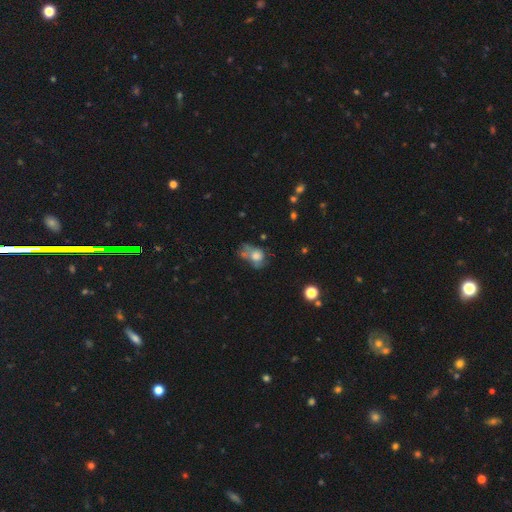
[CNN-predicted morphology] Smooth or featured?
  - smooth: 60% *
  - featured or disk: 28%
  - star or artifact: 13%
How rounded?
  - in between: 55% *
  - round: 43%
  - cigar-shaped: 2%
Merging?
  - none: 29% *
  - major disturbance: 27%
  - minor disturbance: 24%
  - merger: 19%